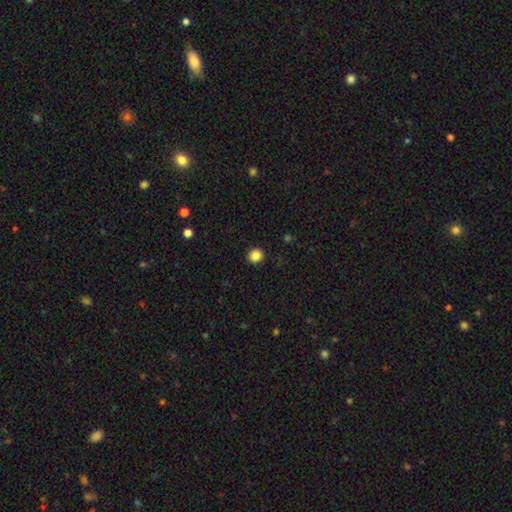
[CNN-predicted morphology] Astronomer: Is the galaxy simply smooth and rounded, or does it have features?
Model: smooth — 86%.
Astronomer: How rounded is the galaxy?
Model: round — 92%.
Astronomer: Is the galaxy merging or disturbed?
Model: none — 93%.